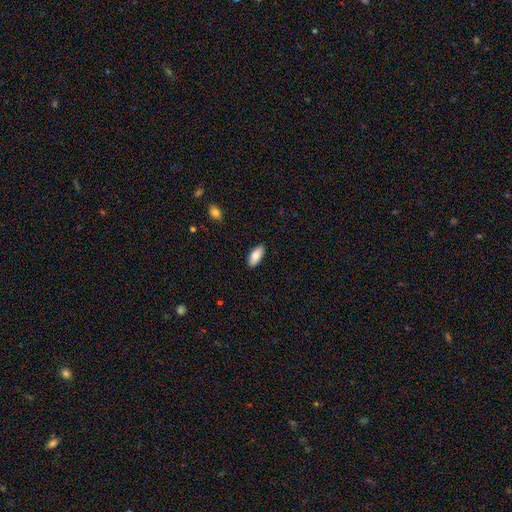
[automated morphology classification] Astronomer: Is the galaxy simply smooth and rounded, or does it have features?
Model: smooth — 86%.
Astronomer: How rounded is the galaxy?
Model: in between — 87%.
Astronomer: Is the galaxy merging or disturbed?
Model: none — 89%.